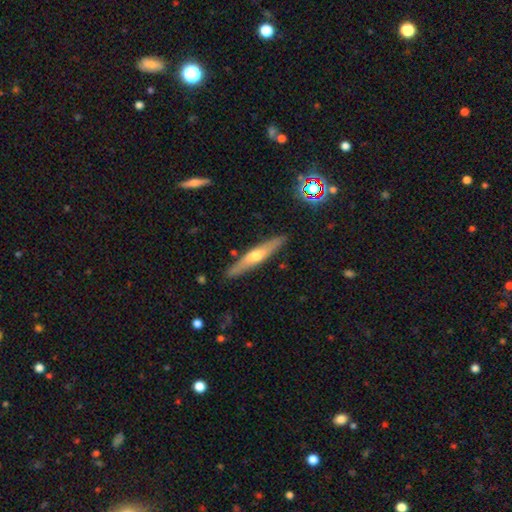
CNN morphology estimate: This appears to be a featured or disk galaxy (58%) viewed edge-on (91%) with a rounded central bulge (87%). Merging: none (89%).